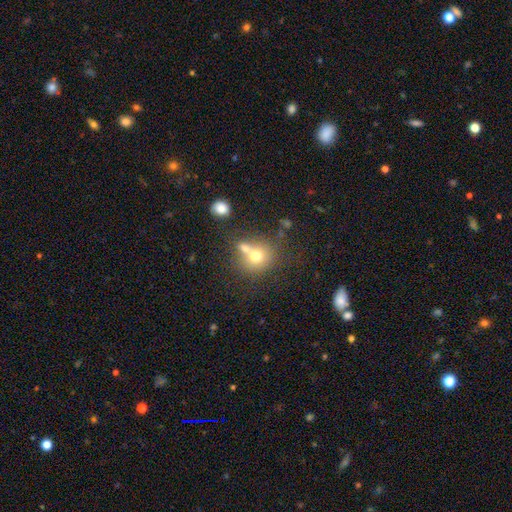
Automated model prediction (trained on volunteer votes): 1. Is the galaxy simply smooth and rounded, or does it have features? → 69% smooth, 18% featured or disk, 14% star or artifact.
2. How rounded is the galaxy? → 78% round, 21% in between, 1% cigar-shaped.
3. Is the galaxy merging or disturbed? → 46% none, 39% merger, 10% minor disturbance, 5% major disturbance.